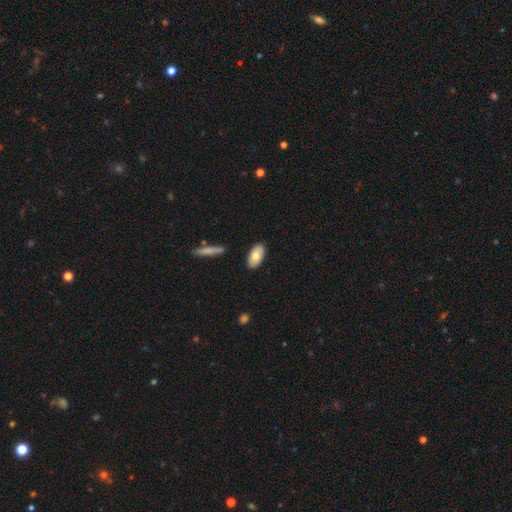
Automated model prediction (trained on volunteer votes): This appears to be a smooth galaxy with no disk features (72%) that is in between round and cigar-shaped (93%). Merging: none (87%).